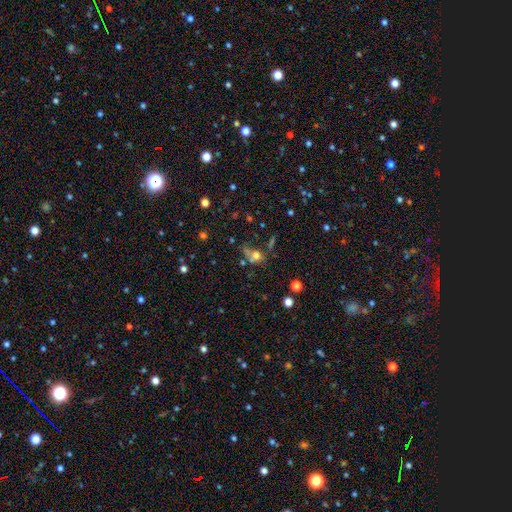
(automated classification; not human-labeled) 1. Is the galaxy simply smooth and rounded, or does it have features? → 63% smooth, 20% star or artifact, 17% featured or disk.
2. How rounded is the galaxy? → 49% round, 46% in between, 4% cigar-shaped.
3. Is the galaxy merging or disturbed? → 37% none, 24% merger, 20% major disturbance, 19% minor disturbance.